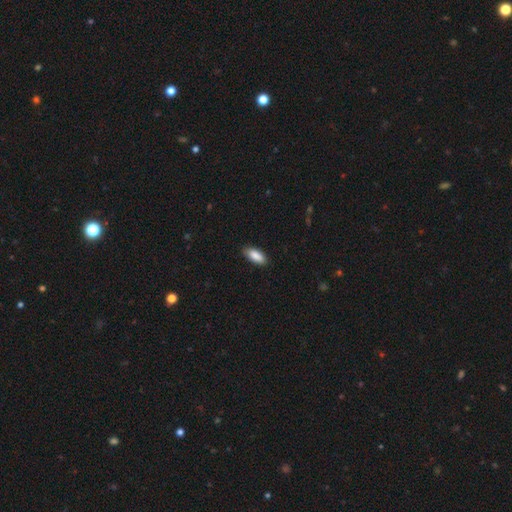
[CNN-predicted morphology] The model was most divided on "how rounded": in between: 86%, cigar-shaped: 12%, round: 2%. More confident: smooth or featured — smooth (88%); merging — none (86%).